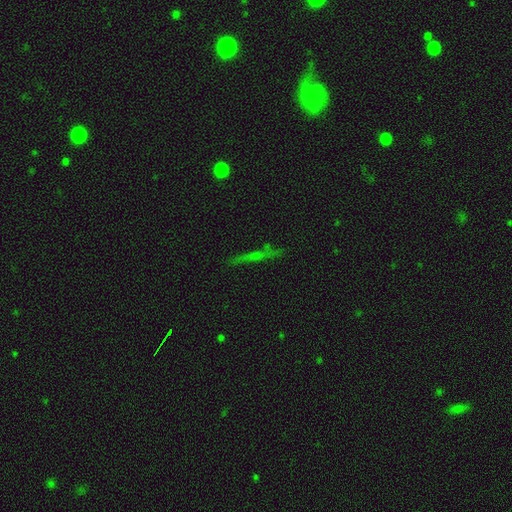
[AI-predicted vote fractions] Smooth or featured? Predicted: featured or disk (p=0.45). Merging? Predicted: none (p=0.78).